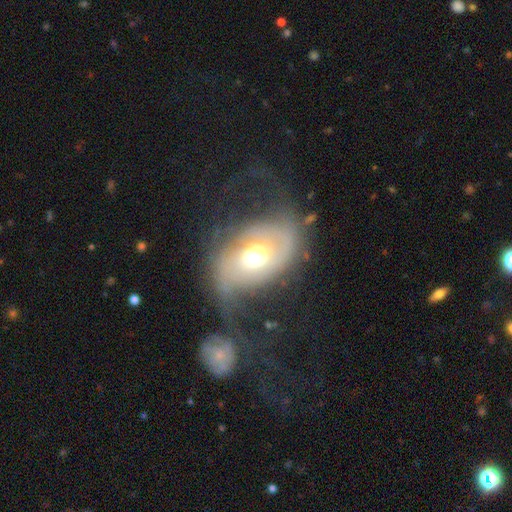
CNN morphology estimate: type=featured or disk (57%); edge-on=no (93%); bar=no (76%); spiral arms=yes (53%); bulge=moderate (51%); merging=none (47%).